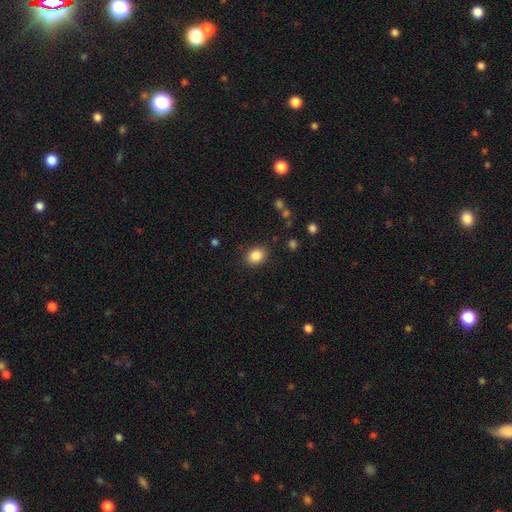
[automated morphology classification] Smooth or featured?
  - smooth: 86% *
  - star or artifact: 9%
  - featured or disk: 5%
How rounded?
  - round: 51% *
  - in between: 48%
  - cigar-shaped: 1%
Merging?
  - none: 86% *
  - minor disturbance: 9%
  - major disturbance: 3%
  - merger: 1%